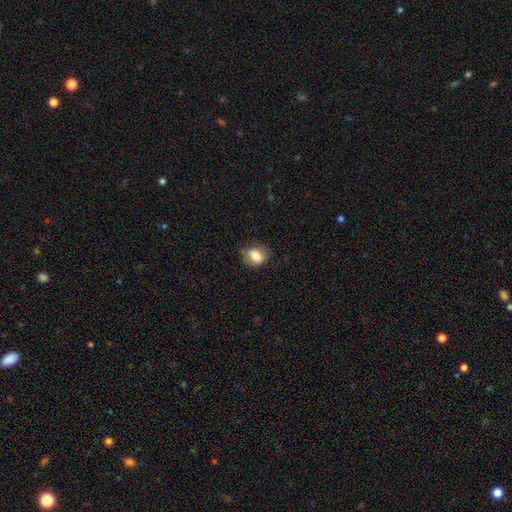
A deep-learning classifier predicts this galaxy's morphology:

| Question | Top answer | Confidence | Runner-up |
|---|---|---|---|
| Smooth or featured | smooth | 78% | featured or disk (14%) |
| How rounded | in between | 58% | round (41%) |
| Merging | none | 64% | minor disturbance (27%) |